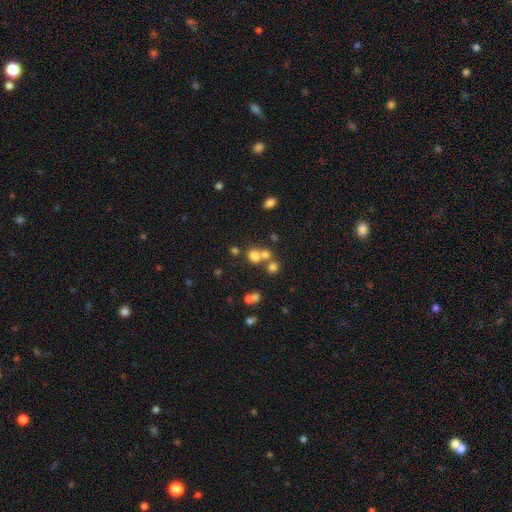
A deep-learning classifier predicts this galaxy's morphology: This is likely a smooth galaxy (62%). How rounded: likely round (76%). Merging: possibly none (47%).